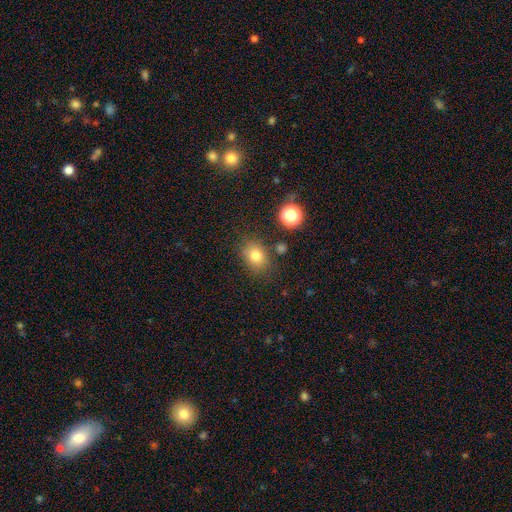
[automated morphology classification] This is likely a smooth galaxy (77%). How rounded: possibly in between (56%). Merging: likely none (75%).